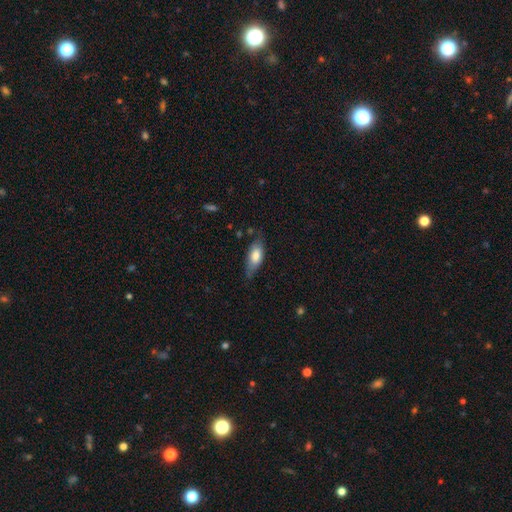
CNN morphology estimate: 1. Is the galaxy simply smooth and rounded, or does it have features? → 73% smooth, 20% featured or disk, 6% star or artifact.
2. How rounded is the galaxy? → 81% in between, 16% cigar-shaped, 3% round.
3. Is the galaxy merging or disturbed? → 63% none, 29% minor disturbance, 7% major disturbance, 2% merger.